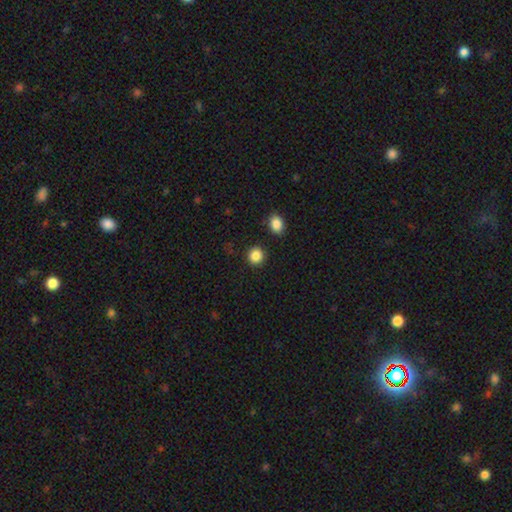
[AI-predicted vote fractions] Smooth or featured: smooth — 86% (star or artifact — 10%)
How rounded: round — 90% (in between — 9%)
Merging: none — 89% (minor disturbance — 6%)